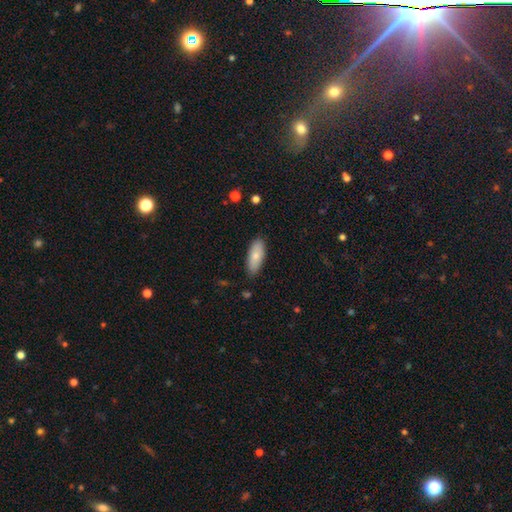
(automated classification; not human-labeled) This is likely a smooth galaxy (77%). How rounded: likely in between (80%). Merging: clearly none (85%).